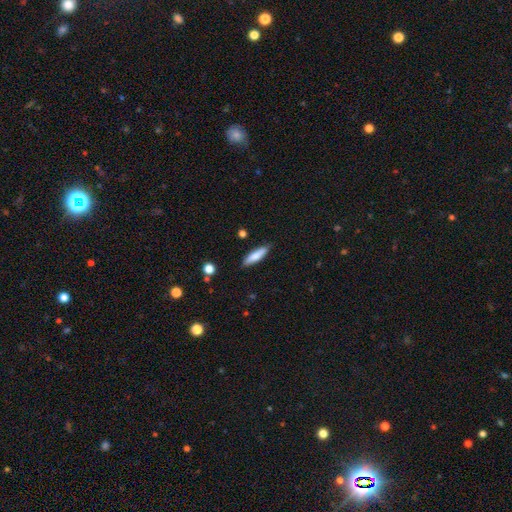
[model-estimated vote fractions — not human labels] Smooth or featured: smooth — 77% (featured or disk — 16%)
How rounded: cigar-shaped — 68% (in between — 31%)
Merging: none — 86% (minor disturbance — 10%)